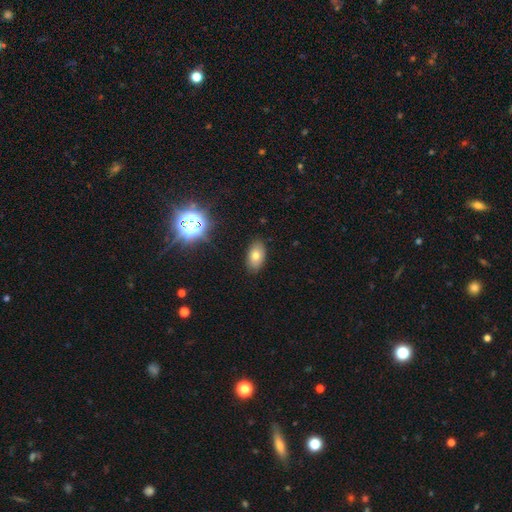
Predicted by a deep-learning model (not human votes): Smooth or featured: smooth — 72% (star or artifact — 14%)
How rounded: in between — 91% (round — 7%)
Merging: none — 86% (minor disturbance — 10%)